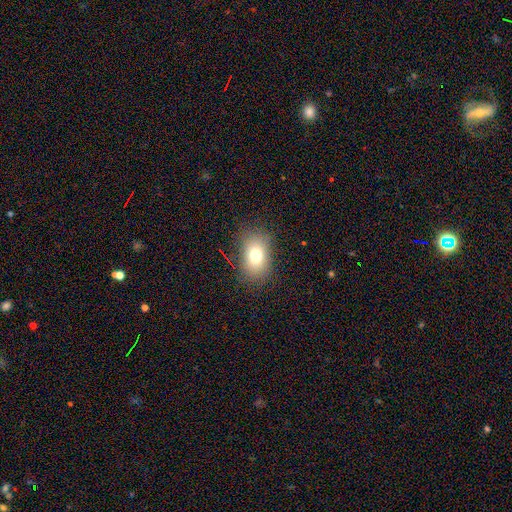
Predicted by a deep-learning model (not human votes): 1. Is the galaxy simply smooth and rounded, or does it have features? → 75% smooth, 13% featured or disk, 12% star or artifact.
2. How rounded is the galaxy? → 78% in between, 21% round, 1% cigar-shaped.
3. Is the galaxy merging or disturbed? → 81% none, 13% minor disturbance, 5% major disturbance, 1% merger.